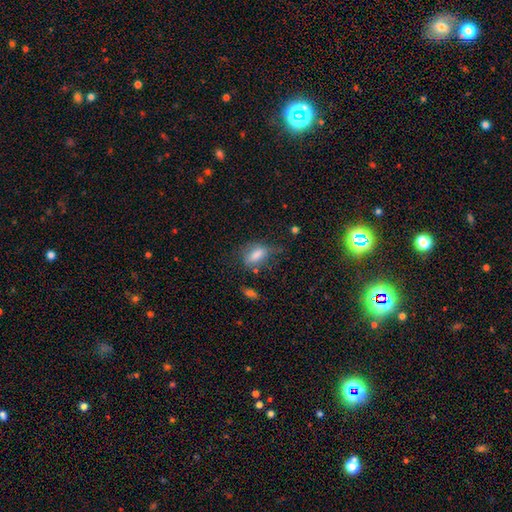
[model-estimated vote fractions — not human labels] This is possibly a smooth galaxy (53%). How rounded: likely in between (78%). Merging: possibly none (54%).